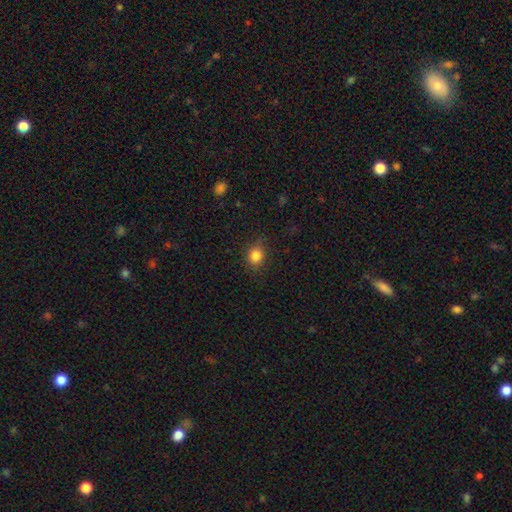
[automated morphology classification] This is clearly a smooth galaxy (84%). How rounded: likely round (67%). Merging: clearly none (82%).